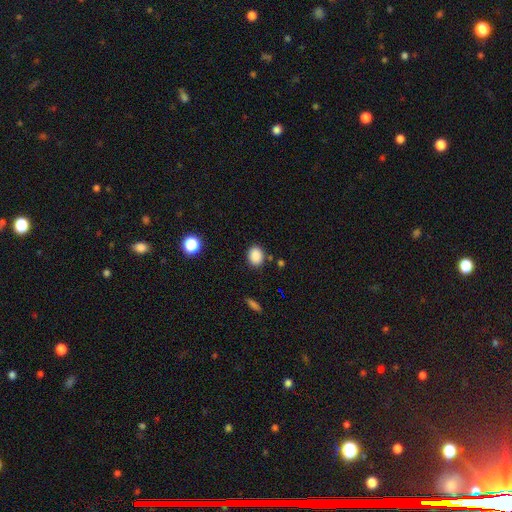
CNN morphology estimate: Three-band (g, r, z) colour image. It shows a smooth galaxy with no disk features (87%) that is in between round and cigar-shaped (52%). Merging: none (84%).